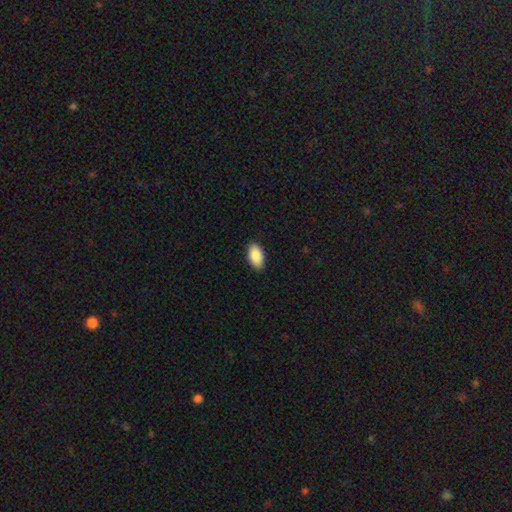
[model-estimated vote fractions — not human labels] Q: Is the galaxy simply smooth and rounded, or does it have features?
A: smooth — 89%.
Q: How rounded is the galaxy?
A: in between — 95%.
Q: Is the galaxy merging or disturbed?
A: none — 88%.